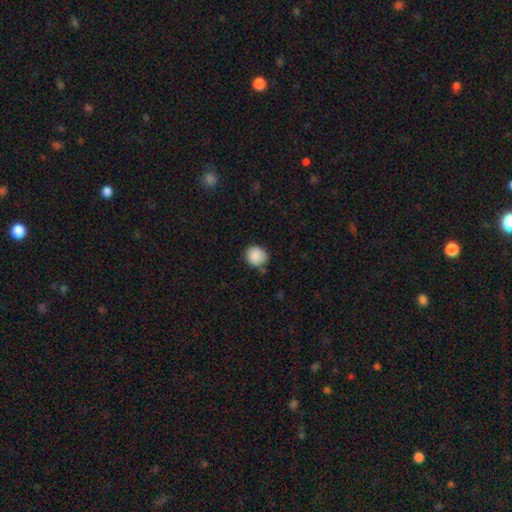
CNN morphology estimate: A smooth galaxy with no disk features (89%) that is round (85%).

Vote fractions:
- Smooth or featured? smooth: 89% / star or artifact: 8% / featured or disk: 4%
- How rounded? round: 85% / in between: 14% / cigar-shaped: 1%
- Merging? none: 78% / minor disturbance: 16% / major disturbance: 3% / merger: 3%